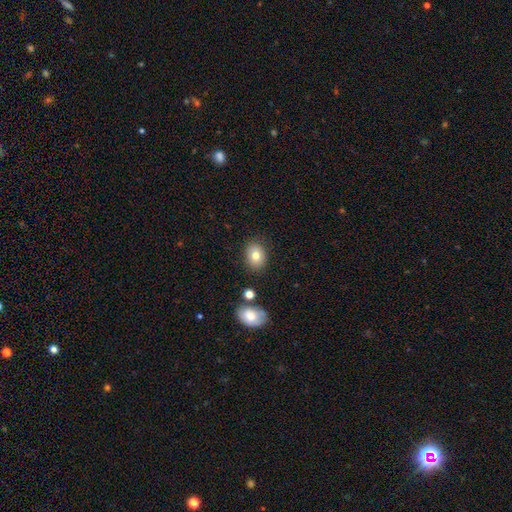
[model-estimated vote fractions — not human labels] smooth-or-featured: smooth: 78% | featured or disk: 13% | star or artifact: 10%
  how-rounded: in between: 58% | round: 41% | cigar-shaped: 1%
  merging: none: 82% | minor disturbance: 11% | merger: 4% | major disturbance: 3%